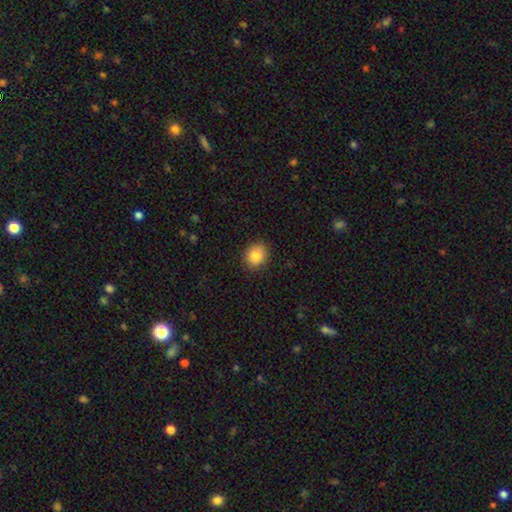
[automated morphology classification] smooth-or-featured: smooth: 85% | star or artifact: 9% | featured or disk: 6%
  how-rounded: round: 66% | in between: 34% | cigar-shaped: 1%
  merging: none: 89% | minor disturbance: 8% | major disturbance: 2% | merger: 1%